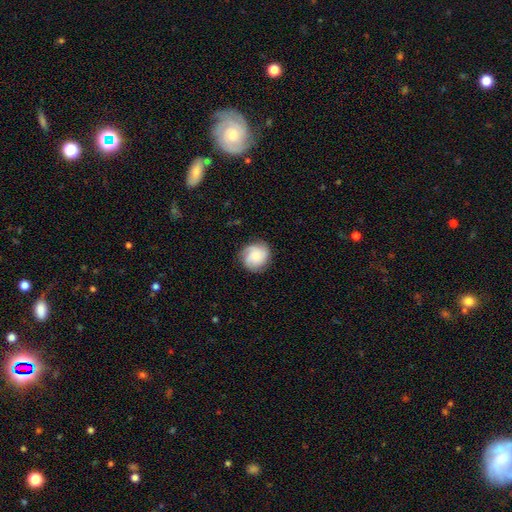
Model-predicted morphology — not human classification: Smooth or featured? smooth (53%)
How rounded? round (85%)
Merging? none (79%)